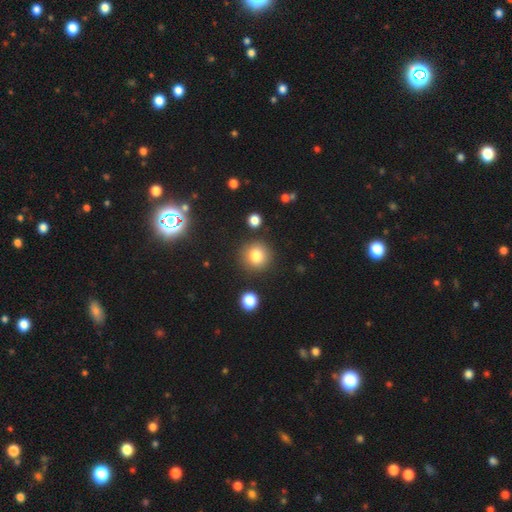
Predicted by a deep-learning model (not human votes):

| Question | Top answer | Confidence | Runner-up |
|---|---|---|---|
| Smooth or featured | smooth | 81% | star or artifact (12%) |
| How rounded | round | 93% | in between (6%) |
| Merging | none | 86% | minor disturbance (7%) |